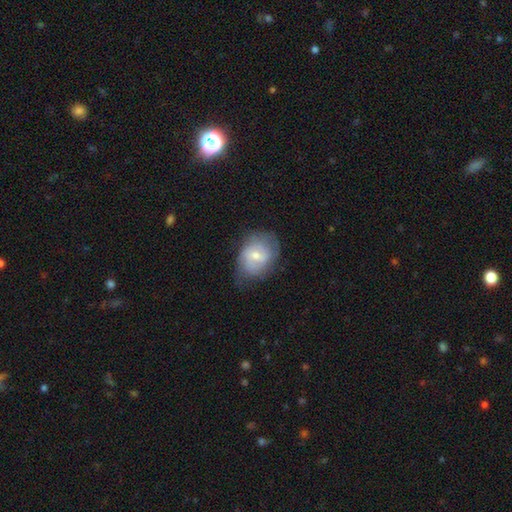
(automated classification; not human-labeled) Smooth or featured? Predicted: featured or disk (p=0.53). Edge-on disk? Predicted: no (p=0.96). Bar? Predicted: no (p=0.50). Spiral arms? Predicted: yes (p=0.75). Bulge size? Predicted: moderate (p=0.50). Merging? Predicted: none (p=0.61).